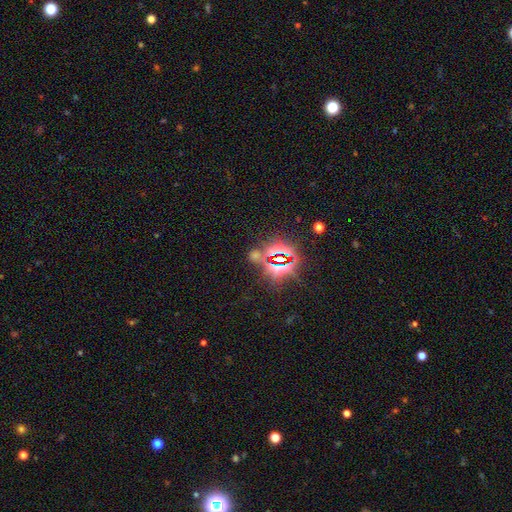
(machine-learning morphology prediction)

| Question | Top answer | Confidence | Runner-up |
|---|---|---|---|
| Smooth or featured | star or artifact | 82% | smooth (11%) |